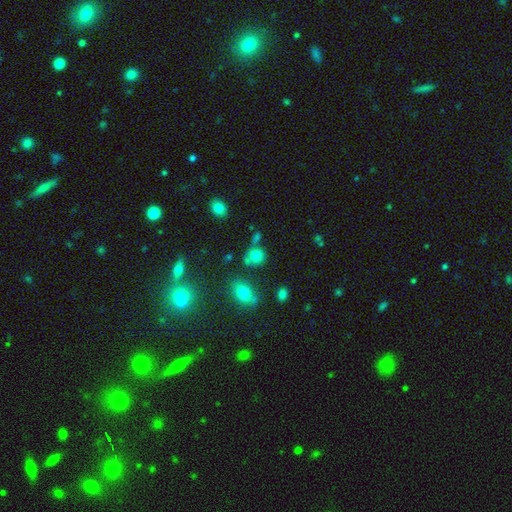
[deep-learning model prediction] The model was most divided on "merging": none: 64%, minor disturbance: 16%, merger: 15%, major disturbance: 5%. More confident: smooth or featured — smooth (77%); how rounded — round (75%).